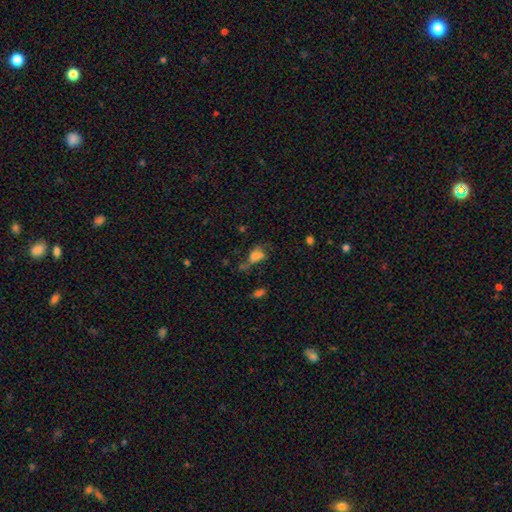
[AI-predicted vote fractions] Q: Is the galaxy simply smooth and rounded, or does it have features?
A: smooth — 66%.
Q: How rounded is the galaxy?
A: in between — 76%.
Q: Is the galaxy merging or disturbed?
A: none — 32%.